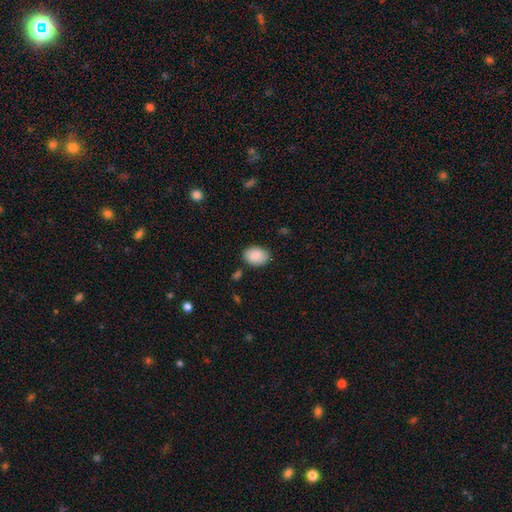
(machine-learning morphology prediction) Overall: smooth (89%). How rounded: in between (76%). Merging: none (81%).